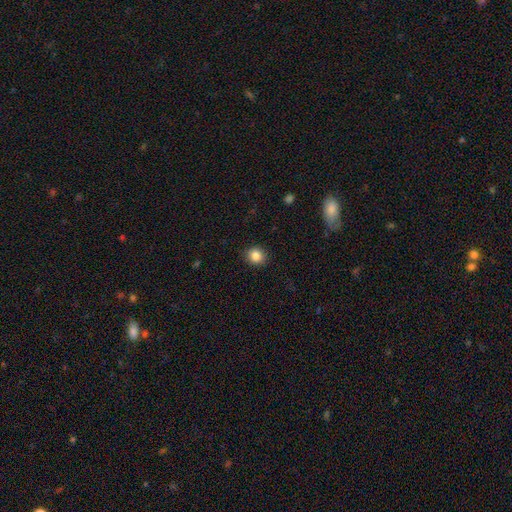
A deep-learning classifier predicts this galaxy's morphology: Smooth or featured?
  - smooth: 85% *
  - star or artifact: 10%
  - featured or disk: 5%
How rounded?
  - round: 84% *
  - in between: 15%
  - cigar-shaped: 1%
Merging?
  - none: 90% *
  - minor disturbance: 7%
  - major disturbance: 2%
  - merger: 1%